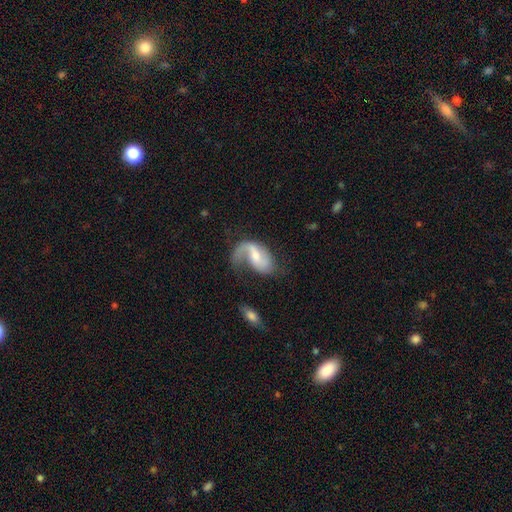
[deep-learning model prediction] A featured or disk galaxy (72%) with a weak bar (47%), 1 (49%) loose (63%) spiral arms (89%) and a moderate central bulge (50%).

Vote fractions:
- Smooth or featured? featured or disk: 72% / smooth: 22% / star or artifact: 6%
- Edge-on disk? no: 97% / yes: 3%
- Bar? weak: 47% / no: 36% / strong: 17%
- Spiral arms? yes: 89% / no: 11%
- Spiral winding? loose: 63% / medium: 29% / tight: 8%
- Spiral arm count? 1: 49% / 2: 44% / can't tell: 4% / 3: 1% / 4: 1% / more than 4: 1%
- Bulge size? moderate: 50% / small: 34% / none: 8% / large: 7% / dominant: 1%
- Merging? major disturbance: 40% / none: 34% / minor disturbance: 22% / merger: 5%